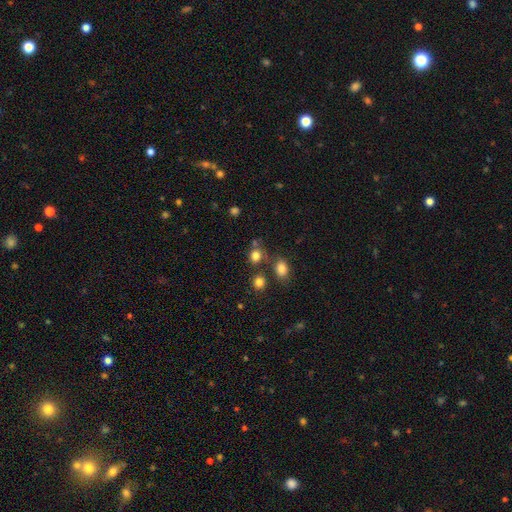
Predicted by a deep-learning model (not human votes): Morphology: type=smooth (80%); roundness=round (72%); merging=none (66%).